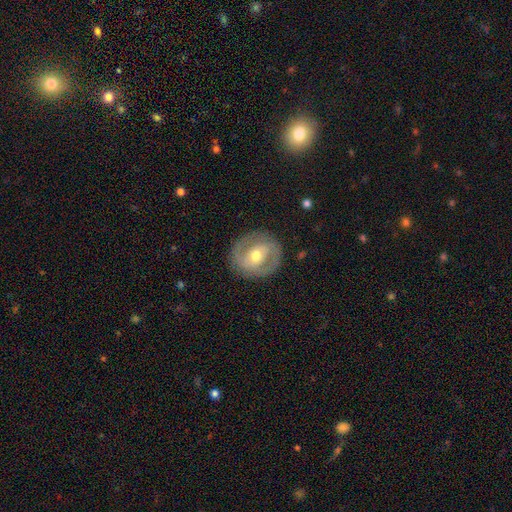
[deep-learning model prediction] smooth-or-featured: featured or disk: 67% | smooth: 27% | star or artifact: 6%
  disk-edge-on: no: 96% | yes: 4%
    bar: no: 41% | weak: 38% | strong: 20%
    has-spiral-arms: yes: 63% | no: 37%
    bulge-size: moderate: 75% | small: 16% | large: 7% | dominant: 1% | none: 1%
  merging: none: 84% | minor disturbance: 11% | major disturbance: 5% | merger: 1%